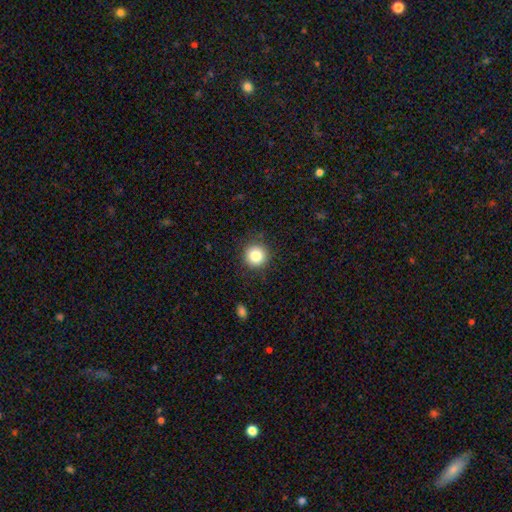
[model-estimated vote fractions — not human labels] Overall: smooth (84%). How rounded: round (94%). Merging: none (89%).